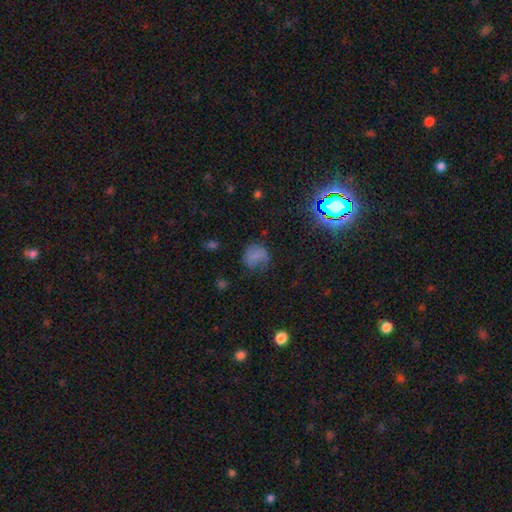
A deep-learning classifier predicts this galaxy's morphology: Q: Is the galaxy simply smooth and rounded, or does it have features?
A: smooth — 64%.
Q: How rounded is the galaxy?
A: round — 71%.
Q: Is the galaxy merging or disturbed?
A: none — 49%.